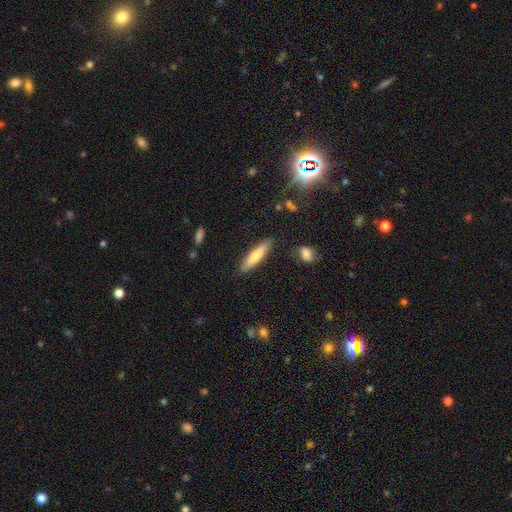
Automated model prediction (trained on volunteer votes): A smooth galaxy with no disk features (73%) that is cigar-shaped (78%).

Vote fractions:
- Smooth or featured? smooth: 73% / featured or disk: 21% / star or artifact: 6%
- How rounded? cigar-shaped: 78% / in between: 21% / round: 2%
- Merging? none: 85% / minor disturbance: 11% / major disturbance: 2% / merger: 2%